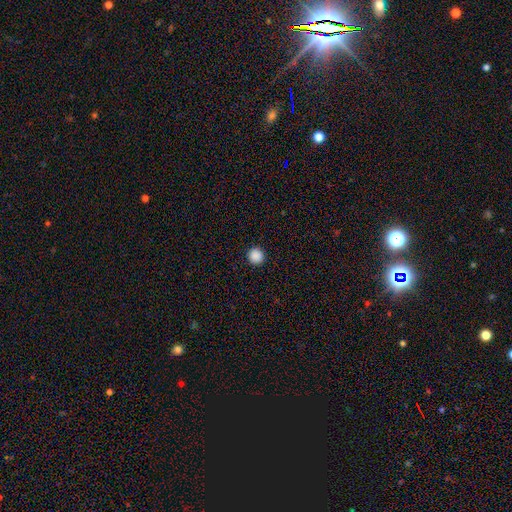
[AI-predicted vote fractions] Smooth or featured? smooth (88%)
How rounded? round (95%)
Merging? none (93%)